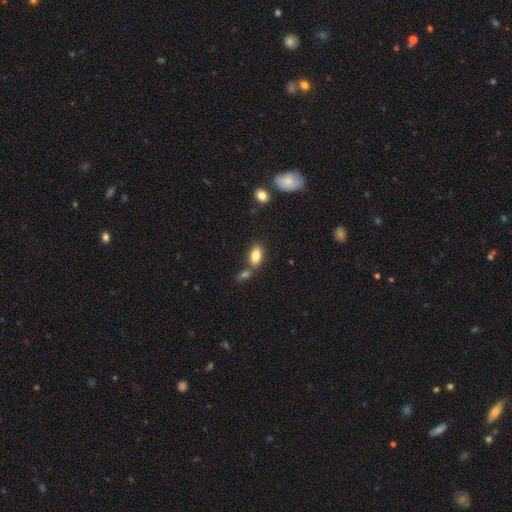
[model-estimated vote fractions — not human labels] smooth 82%, featured or disk 10%, star or artifact 8%. Down the decision tree: how rounded — in between (90%); merging — none (58%).